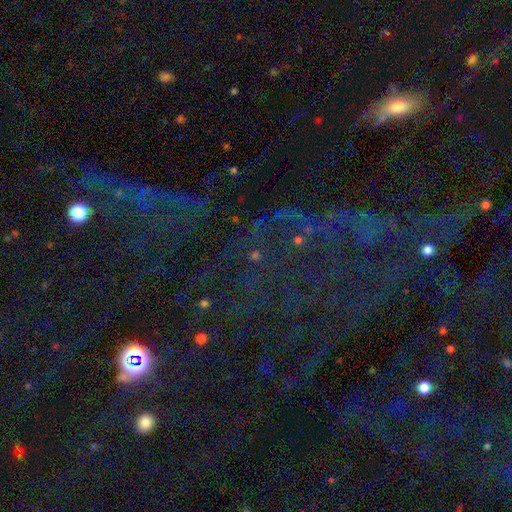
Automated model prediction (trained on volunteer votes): This appears to be a star or artifact, not a galaxy (72%).